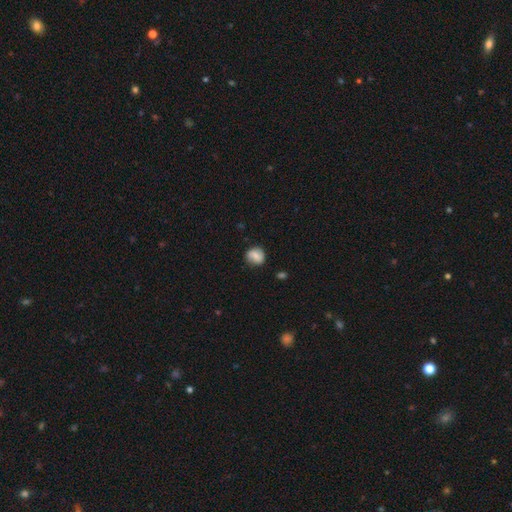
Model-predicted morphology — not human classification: type=smooth (61%); roundness=round (76%); merging=none (76%).